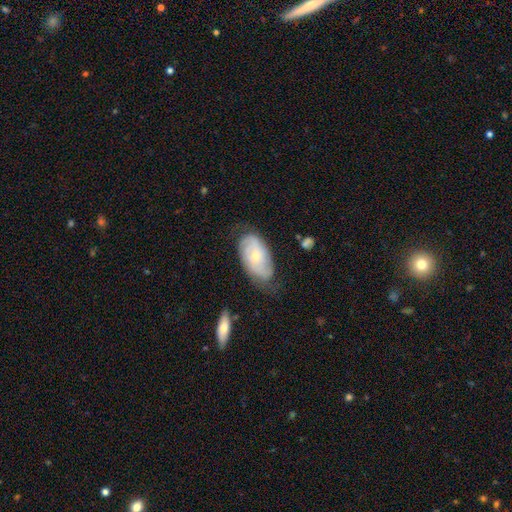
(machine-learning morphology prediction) Smooth or featured? featured or disk (63%)
Edge-on disk? no (94%)
Bar? no (77%)
Spiral arms? yes (85%)
Bulge size? small (66%)
Merging? none (65%)